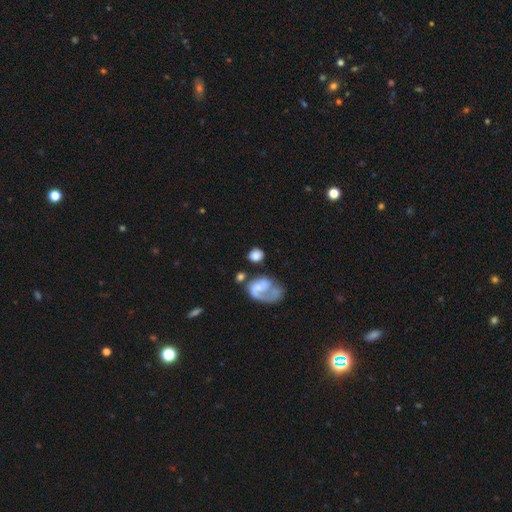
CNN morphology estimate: Q: Smooth or featured?
A: smooth (70%); runner-up: featured or disk (21%)
Q: How rounded?
A: round (66%); runner-up: in between (33%)
Q: Merging?
A: none (57%); runner-up: merger (15%)